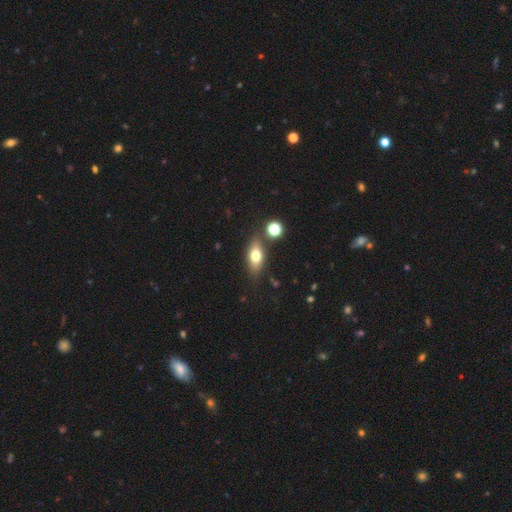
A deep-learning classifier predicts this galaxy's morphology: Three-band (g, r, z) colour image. It shows a smooth galaxy with no disk features (67%) that is in between round and cigar-shaped (75%). Merging: none (77%).